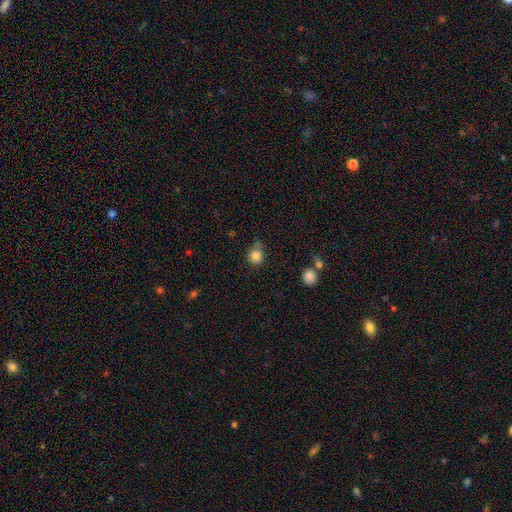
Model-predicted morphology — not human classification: The model was most divided on "merging": none: 66%, minor disturbance: 21%, merger: 8%, major disturbance: 5%. More confident: how rounded — round (86%); smooth or featured — smooth (84%).